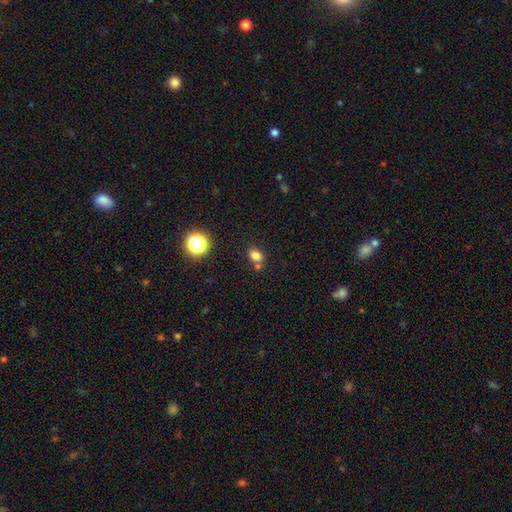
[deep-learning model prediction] Smooth or featured? Predicted: smooth (p=0.78). How rounded? Predicted: in between (p=0.65). Merging? Predicted: none (p=0.61).